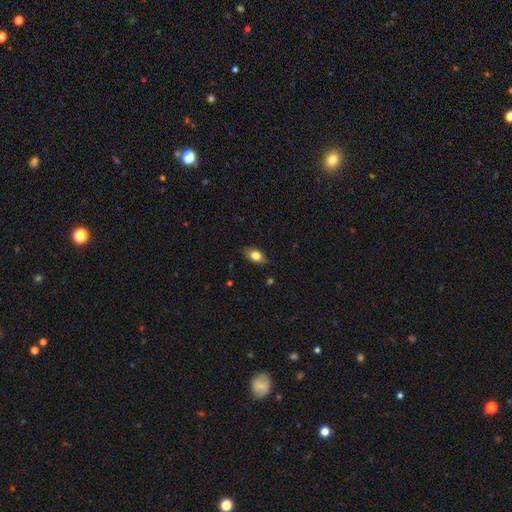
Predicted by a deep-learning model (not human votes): Smooth or featured?
  - smooth: 80% *
  - featured or disk: 12%
  - star or artifact: 8%
How rounded?
  - in between: 84% *
  - round: 13%
  - cigar-shaped: 3%
Merging?
  - none: 83% *
  - minor disturbance: 13%
  - major disturbance: 3%
  - merger: 1%